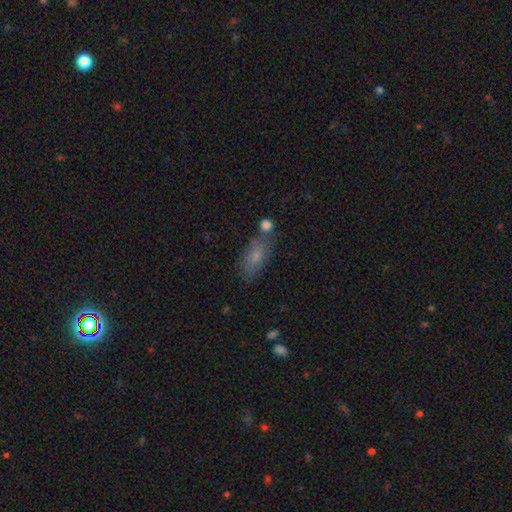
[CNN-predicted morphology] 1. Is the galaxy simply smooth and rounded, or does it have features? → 73% smooth, 17% featured or disk, 9% star or artifact.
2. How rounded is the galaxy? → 81% in between, 15% cigar-shaped, 4% round.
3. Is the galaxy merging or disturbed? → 63% none, 18% minor disturbance, 13% merger, 6% major disturbance.